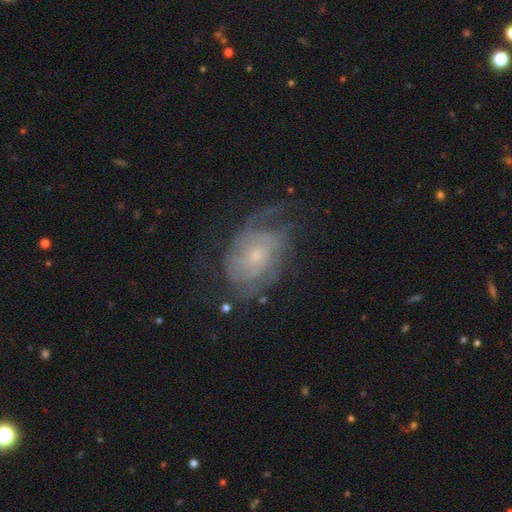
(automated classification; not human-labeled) smooth_or_featured: featured or disk (p=0.84) [alt: smooth p=0.09]
disk_edge_on: no (p=0.97) [alt: yes p=0.03]
bar: no (p=0.73) [alt: weak p=0.22]
has_spiral_arms: yes (p=0.94) [alt: no p=0.06]
spiral_winding: tight (p=0.55) [alt: medium p=0.33]
spiral_arm_count: can't tell (p=0.33) [alt: 2 p=0.28]
bulge_size: small (p=0.73) [alt: moderate p=0.21]
merging: none (p=0.62) [alt: minor disturbance p=0.20]